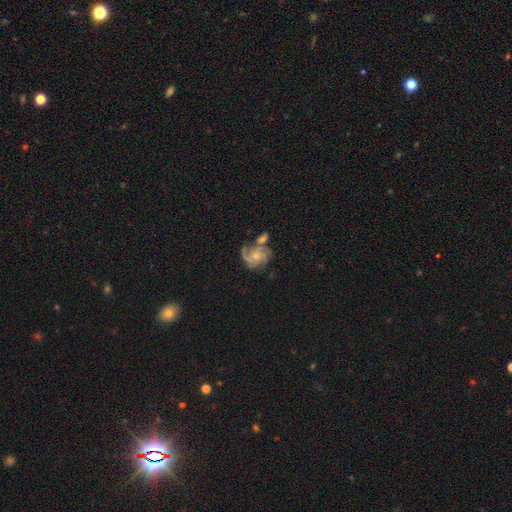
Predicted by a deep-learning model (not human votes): A featured or disk galaxy (82%) with no bar (68%), 3 (43%) medium (47%) spiral arms (96%) and a small central bulge (67%).

Vote fractions:
- Smooth or featured? featured or disk: 82% / smooth: 11% / star or artifact: 7%
- Edge-on disk? no: 98% / yes: 2%
- Bar? no: 68% / weak: 27% / strong: 5%
- Spiral arms? yes: 96% / no: 4%
- Spiral winding? medium: 47% / tight: 36% / loose: 18%
- Spiral arm count? 3: 43% / 4: 17% / can't tell: 16% / 2: 13% / 1: 6% / more than 4: 6%
- Bulge size? small: 67% / moderate: 27% / none: 4% / large: 1% / dominant: 1%
- Merging? none: 46% / merger: 21% / minor disturbance: 18% / major disturbance: 14%